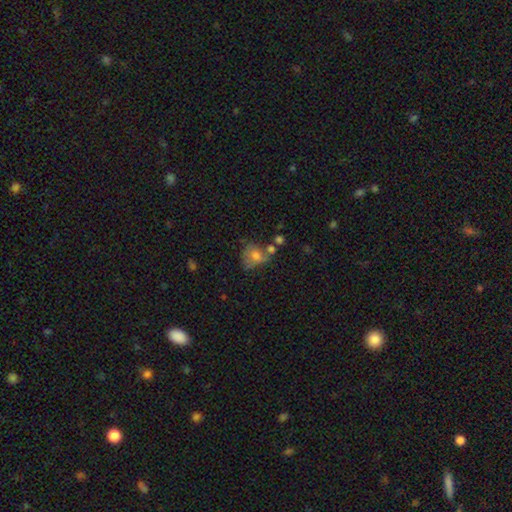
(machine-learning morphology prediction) Q: Smooth or featured?
A: smooth (65%); runner-up: featured or disk (24%)
Q: How rounded?
A: in between (50%); runner-up: round (49%)
Q: Merging?
A: none (35%); runner-up: minor disturbance (24%)